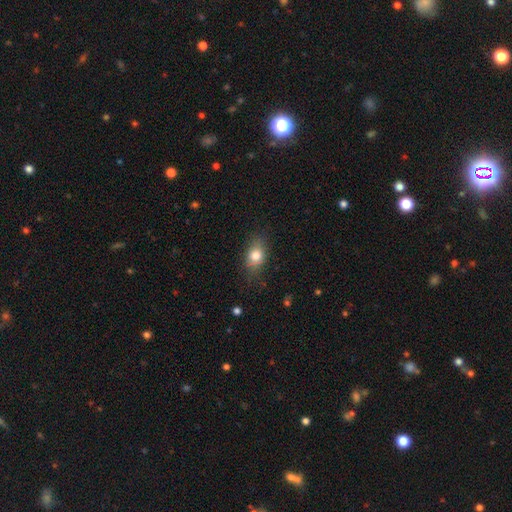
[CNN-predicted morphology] Overall: smooth (78%). How rounded: in between (72%). Merging: none (75%).